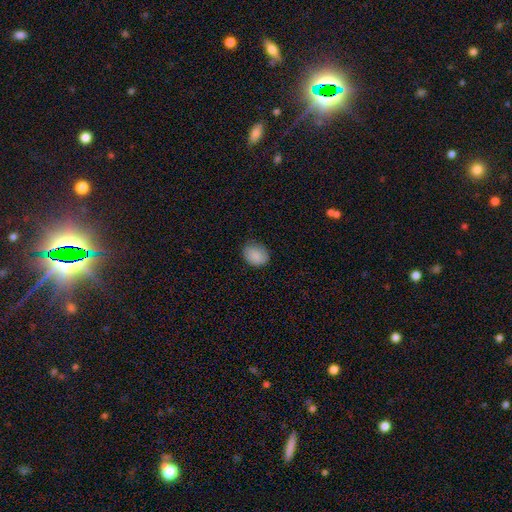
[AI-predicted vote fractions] Morphology: type=smooth (86%); roundness=round (51%); merging=none (77%).